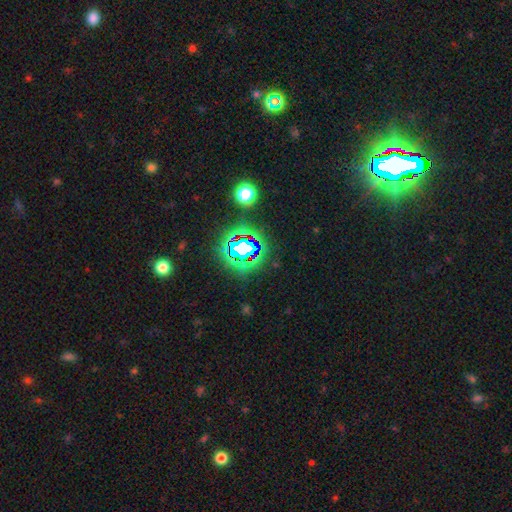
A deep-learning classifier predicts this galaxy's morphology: This appears to be a star or artifact, not a galaxy (81%).